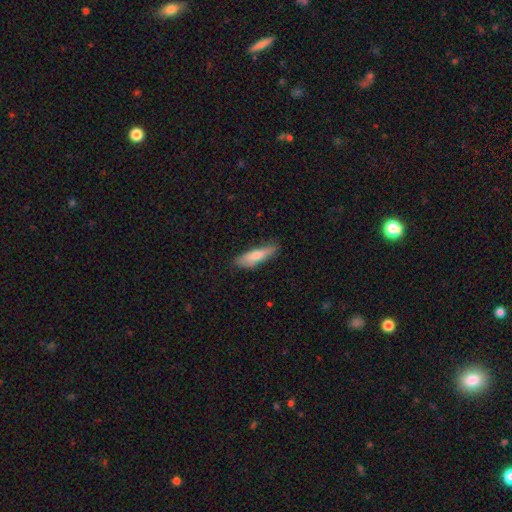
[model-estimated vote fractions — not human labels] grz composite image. It shows a smooth galaxy with no disk features (76%) that is cigar-shaped (63%). Merging: none (74%).